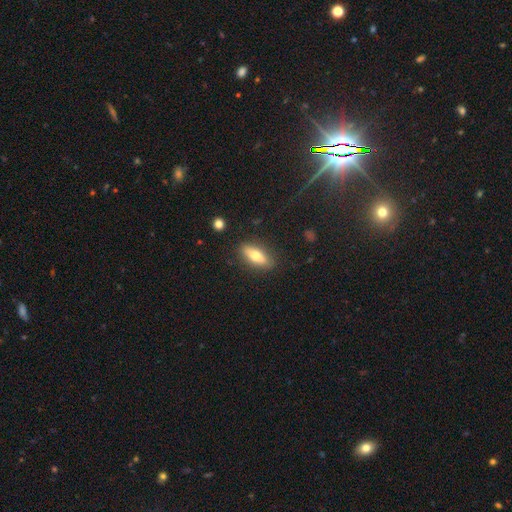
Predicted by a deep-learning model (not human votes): smooth-or-featured: smooth: 66% | featured or disk: 27% | star or artifact: 7%
  how-rounded: in between: 62% | cigar-shaped: 35% | round: 3%
  merging: none: 86% | minor disturbance: 10% | major disturbance: 3% | merger: 1%